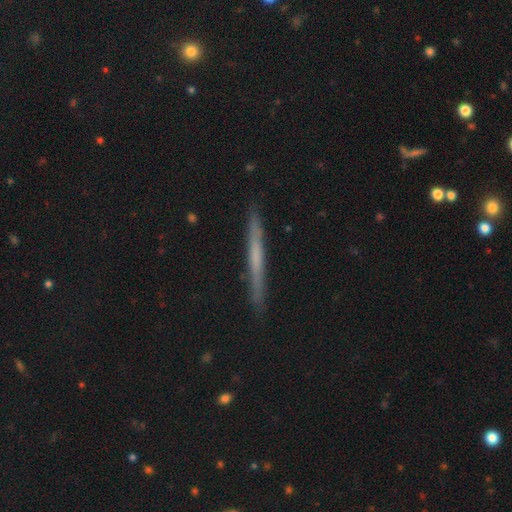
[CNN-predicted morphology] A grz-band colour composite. It shows a featured or disk galaxy (48%). Merging: none (90%).